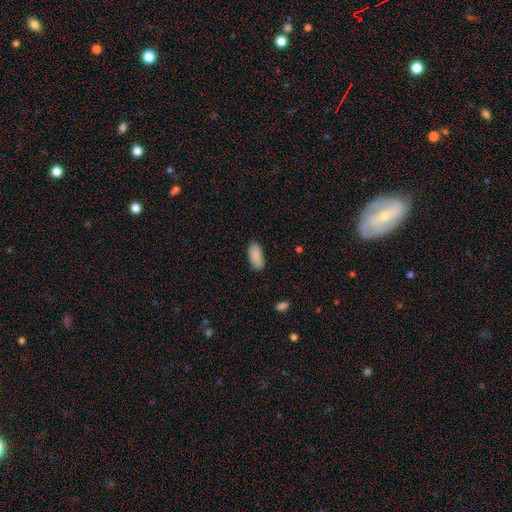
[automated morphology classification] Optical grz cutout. It shows a smooth galaxy with no disk features (89%) that is in between round and cigar-shaped (90%). Merging: none (83%).